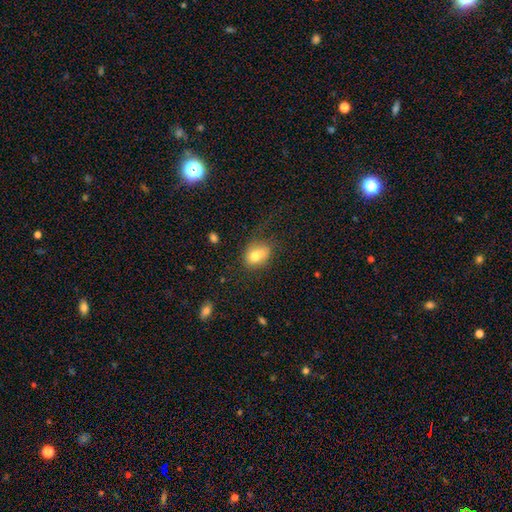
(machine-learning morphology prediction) Smooth or featured? Predicted: smooth (p=0.73). How rounded? Predicted: in between (p=0.65). Merging? Predicted: none (p=0.53).